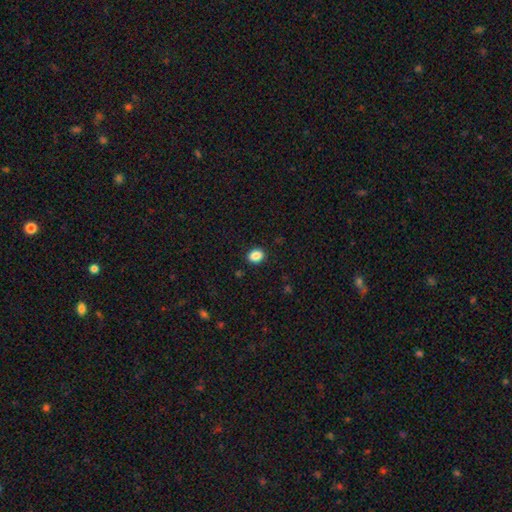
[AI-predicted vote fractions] smooth 87%, star or artifact 9%, featured or disk 4%. Down the decision tree: how rounded — in between (53%); merging — none (90%).